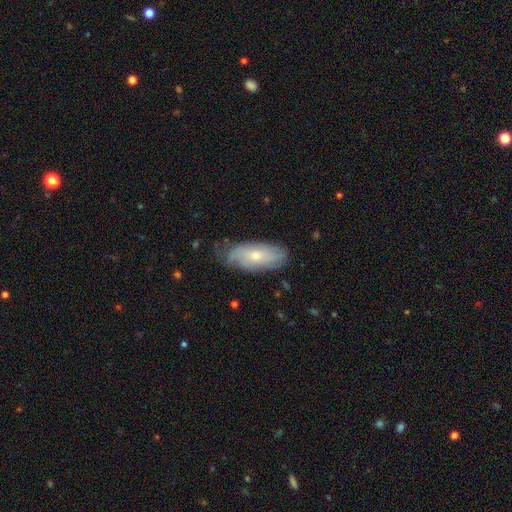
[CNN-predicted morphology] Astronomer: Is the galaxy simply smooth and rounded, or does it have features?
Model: smooth — 47%, tied with featured or disk at 47%.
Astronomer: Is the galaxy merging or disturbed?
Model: none — 68%.